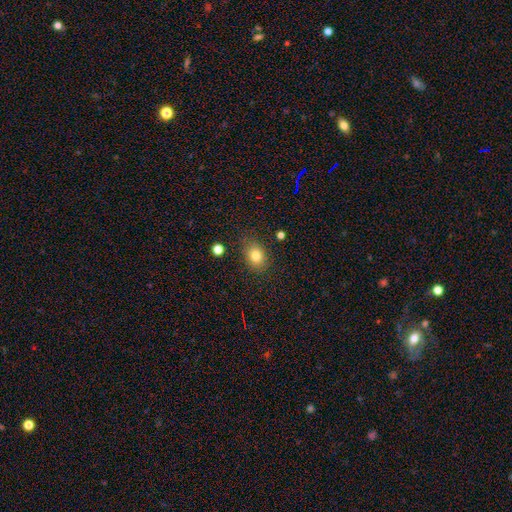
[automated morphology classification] smooth-or-featured: smooth: 82% | star or artifact: 10% | featured or disk: 8%
  how-rounded: in between: 62% | round: 37% | cigar-shaped: 1%
  merging: none: 82% | minor disturbance: 13% | major disturbance: 3% | merger: 2%